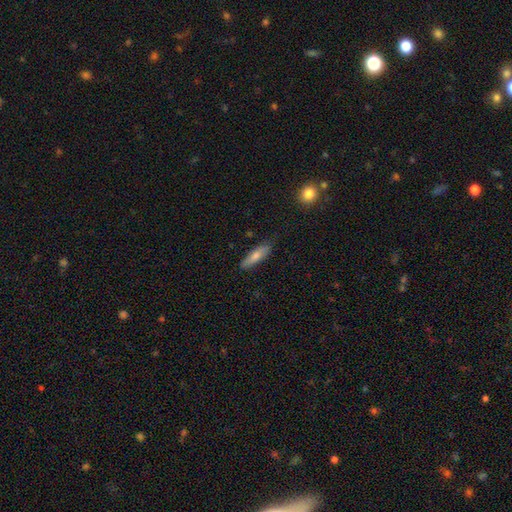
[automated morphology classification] Q: Smooth or featured?
A: smooth (73%); runner-up: featured or disk (21%)
Q: How rounded?
A: cigar-shaped (66%); runner-up: in between (33%)
Q: Merging?
A: none (82%); runner-up: minor disturbance (14%)